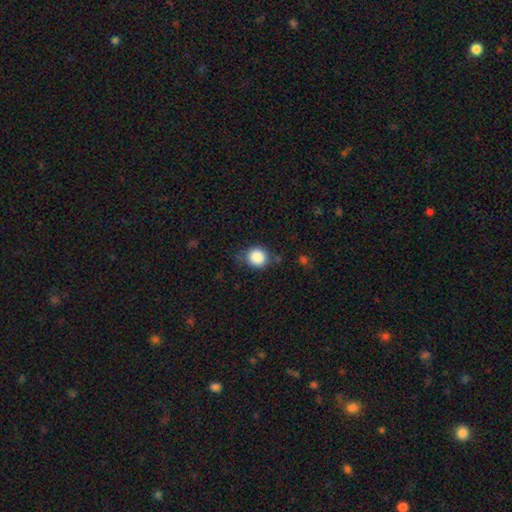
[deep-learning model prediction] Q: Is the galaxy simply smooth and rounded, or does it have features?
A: smooth — 87%.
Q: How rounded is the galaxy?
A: round — 84%.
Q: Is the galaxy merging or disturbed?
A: none — 69%.